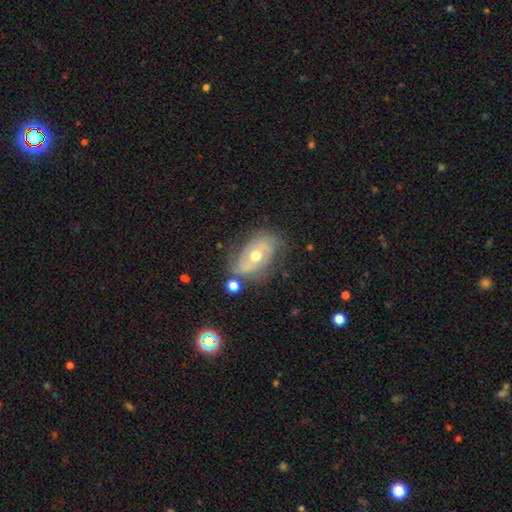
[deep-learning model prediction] Overall: featured or disk (67%). Edge-on disk: no (93%). Bar: no (64%; weak 26%). Spiral arms: yes (73%). Bulge size: moderate (76%). Merging: none (63%; minor disturbance 23%).